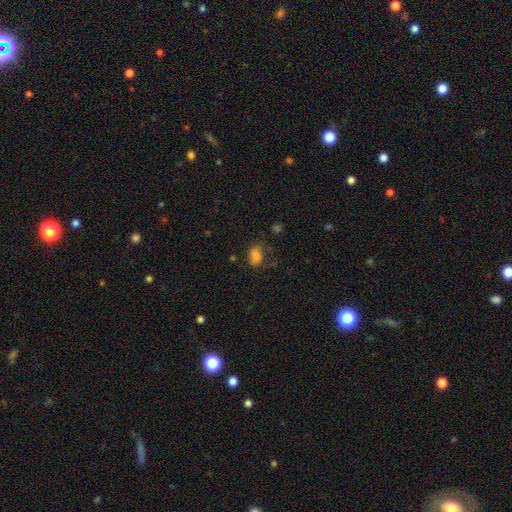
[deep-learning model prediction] smooth_or_featured: smooth (p=0.79) [alt: star or artifact p=0.13]
how_rounded: in between (p=0.79) [alt: round p=0.19]
merging: none (p=0.51) [alt: minor disturbance p=0.28]